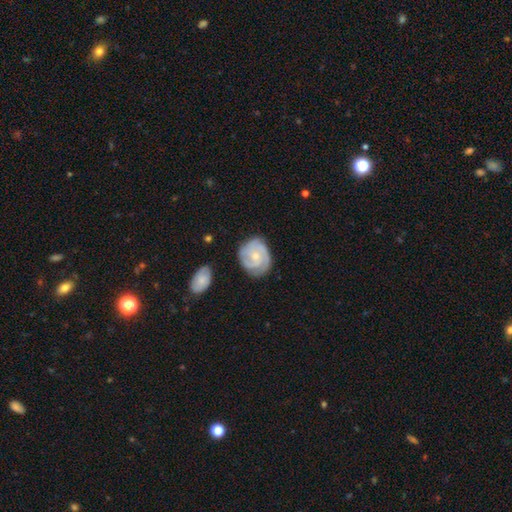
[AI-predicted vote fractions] featured or disk 79%, smooth 15%, star or artifact 5%. Down the decision tree: edge-on disk — no (98%); bar — no (70%); spiral arms — yes (96%); spiral arm count — 3 (42%); spiral winding — tight (64%); bulge size — small (63%); merging — none (73%).